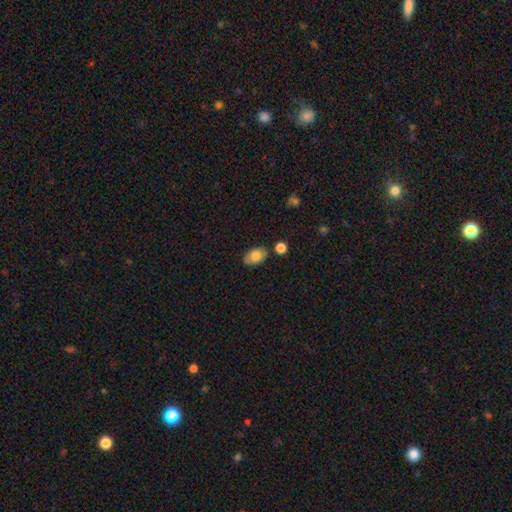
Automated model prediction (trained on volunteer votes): This is likely a smooth galaxy (77%). How rounded: clearly in between (90%). Merging: likely none (77%).